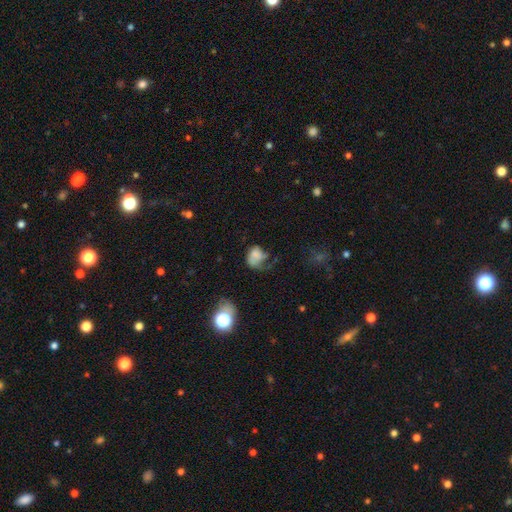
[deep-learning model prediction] Smooth or featured?
  - smooth: 56% *
  - featured or disk: 33%
  - star or artifact: 11%
How rounded?
  - in between: 61% *
  - round: 37%
  - cigar-shaped: 1%
Merging?
  - major disturbance: 51% *
  - none: 22%
  - minor disturbance: 20%
  - merger: 7%